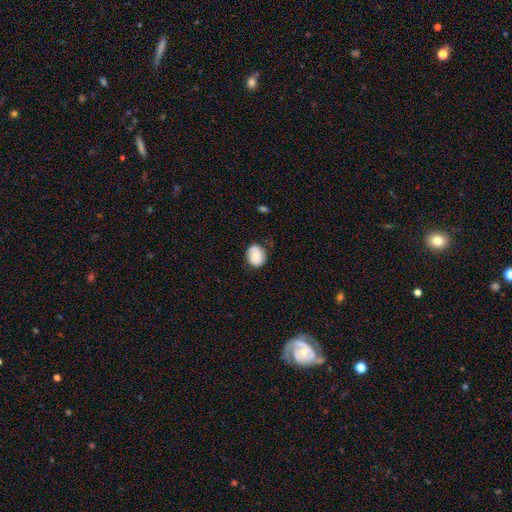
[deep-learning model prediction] smooth 66%, featured or disk 26%, star or artifact 8%. Down the decision tree: how rounded — round (58%); merging — none (75%).